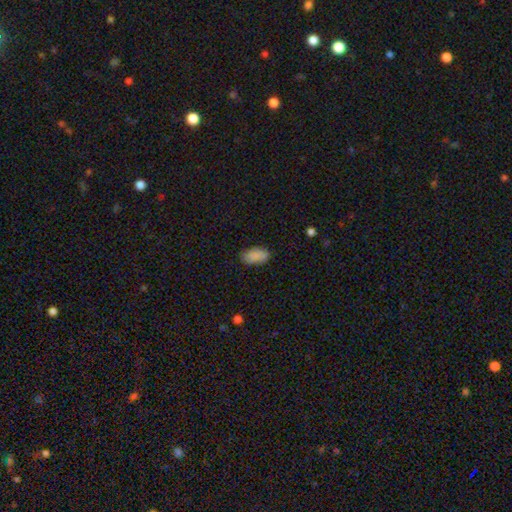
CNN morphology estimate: smooth-or-featured: smooth: 87% | star or artifact: 7% | featured or disk: 6%
  how-rounded: in between: 94% | round: 4% | cigar-shaped: 2%
  merging: none: 80% | minor disturbance: 15% | major disturbance: 3% | merger: 1%